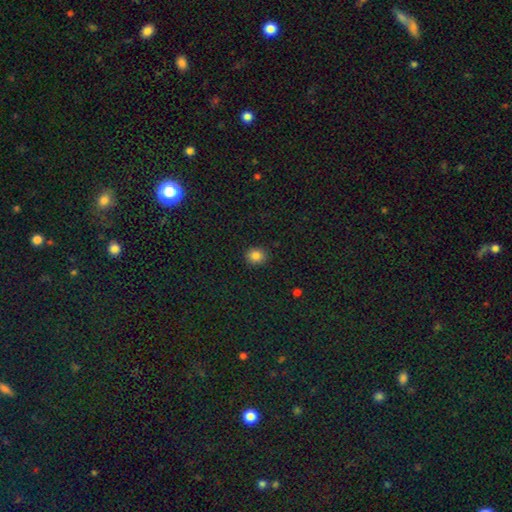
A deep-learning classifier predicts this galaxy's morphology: smooth-or-featured: smooth: 84% | star or artifact: 11% | featured or disk: 4%
  how-rounded: round: 77% | in between: 22% | cigar-shaped: 1%
  merging: none: 90% | minor disturbance: 7% | major disturbance: 2% | merger: 1%